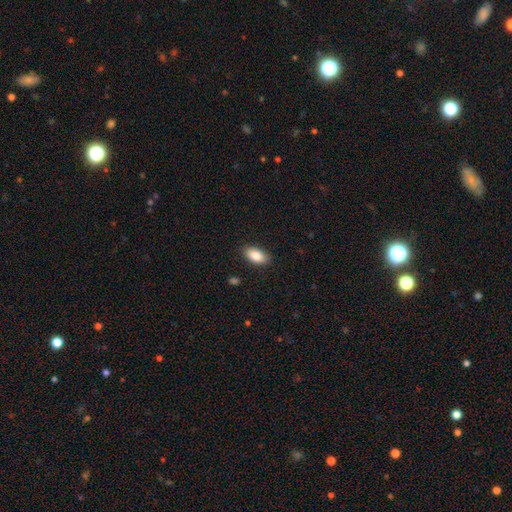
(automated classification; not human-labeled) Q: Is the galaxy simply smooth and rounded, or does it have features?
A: smooth — 87%.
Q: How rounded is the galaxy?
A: in between — 93%.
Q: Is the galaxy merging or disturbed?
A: none — 88%.